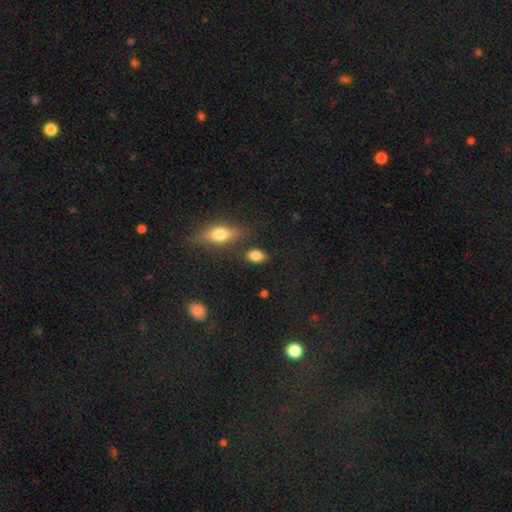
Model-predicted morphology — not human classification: smooth_or_featured: smooth (p=0.80) [alt: featured or disk p=0.11]
how_rounded: in between (p=0.78) [alt: round p=0.18]
merging: none (p=0.79) [alt: minor disturbance p=0.13]